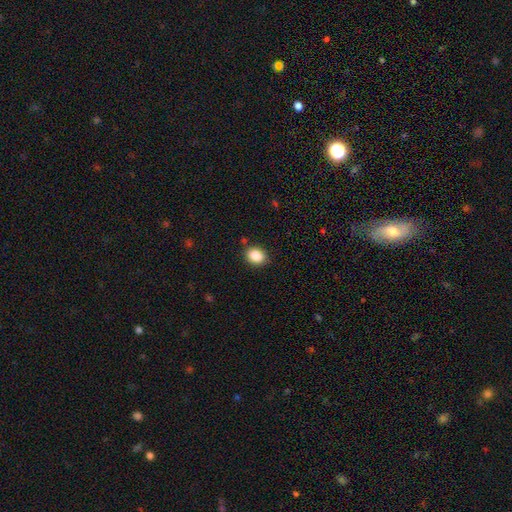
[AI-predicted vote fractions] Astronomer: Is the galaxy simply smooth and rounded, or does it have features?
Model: smooth — 87%.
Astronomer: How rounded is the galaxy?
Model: in between — 54% (runner-up: round, 45%).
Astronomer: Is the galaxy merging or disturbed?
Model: none — 85%.